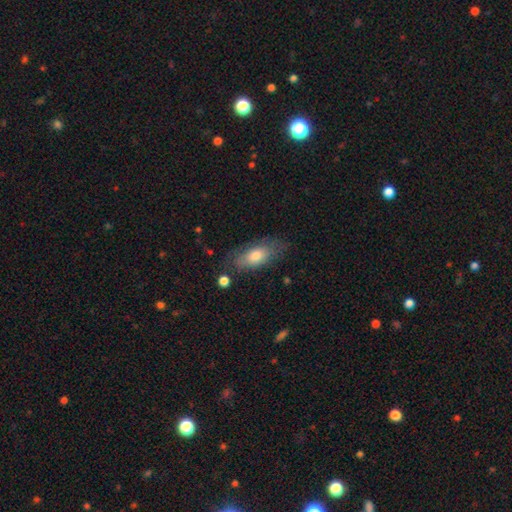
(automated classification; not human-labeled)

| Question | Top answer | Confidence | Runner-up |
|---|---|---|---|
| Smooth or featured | smooth | 69% | featured or disk (25%) |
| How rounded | in between | 85% | cigar-shaped (11%) |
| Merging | none | 70% | minor disturbance (21%) |